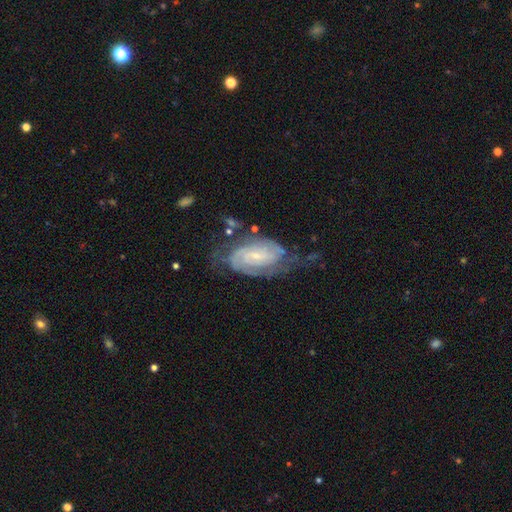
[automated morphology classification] type=featured or disk (84%); edge-on=no (96%); bar=no (49%); spiral arms=yes (95%); winding=tight (60%); arm count=2 (52%); bulge=small (76%); merging=none (55%).